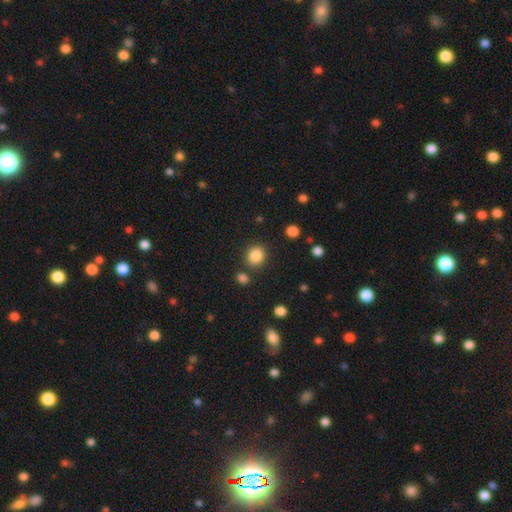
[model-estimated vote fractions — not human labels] A smooth galaxy with no disk features (86%) that is round (73%).

Vote fractions:
- Smooth or featured? smooth: 86% / star or artifact: 10% / featured or disk: 4%
- How rounded? round: 73% / in between: 26% / cigar-shaped: 1%
- Merging? none: 81% / minor disturbance: 9% / merger: 6% / major disturbance: 3%